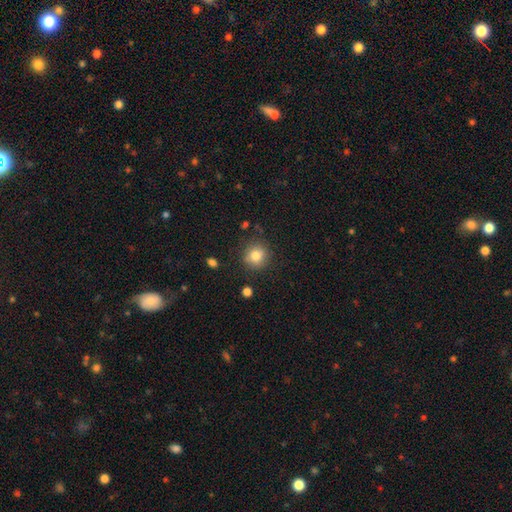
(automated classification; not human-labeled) This appears to be a smooth galaxy with no disk features (81%) that is round (89%). Merging: none (84%).